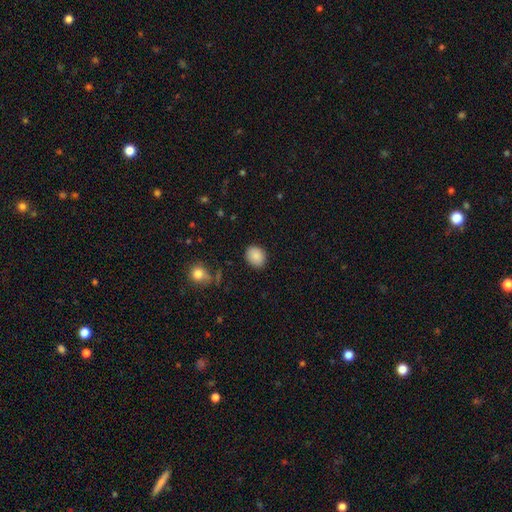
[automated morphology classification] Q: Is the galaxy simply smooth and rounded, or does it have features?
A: smooth — 88%.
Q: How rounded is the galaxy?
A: in between — 51%.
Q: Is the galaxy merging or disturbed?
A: none — 87%.